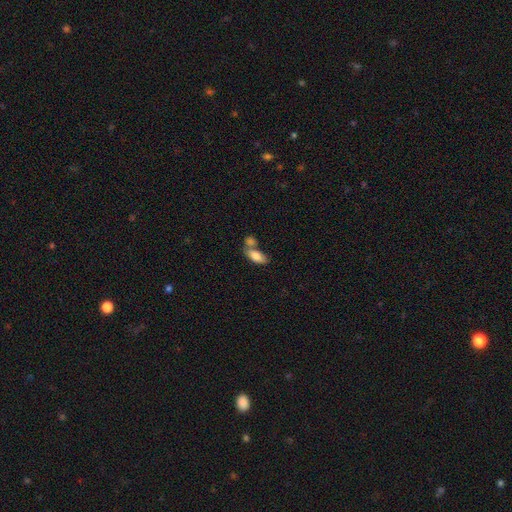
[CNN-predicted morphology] Smooth or featured? Predicted: smooth (p=0.79). How rounded? Predicted: in between (p=0.88). Merging? Predicted: merger (p=0.45).